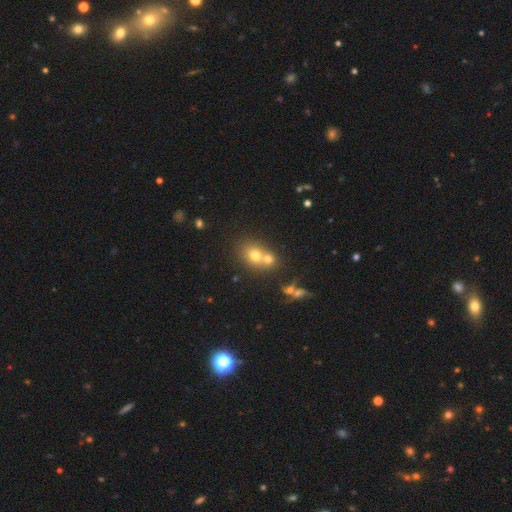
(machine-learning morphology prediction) smooth 69%, featured or disk 17%, star or artifact 15%. Down the decision tree: how rounded — round (63%); merging — merger (54%).